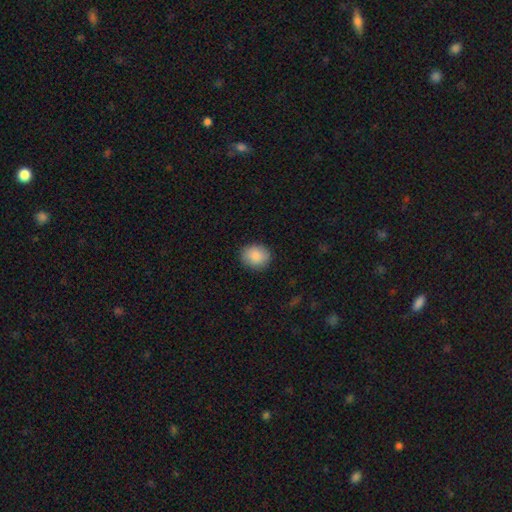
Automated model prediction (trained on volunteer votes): Smooth or featured: smooth — 89% (star or artifact — 7%)
How rounded: round — 62% (in between — 37%)
Merging: none — 88% (minor disturbance — 9%)